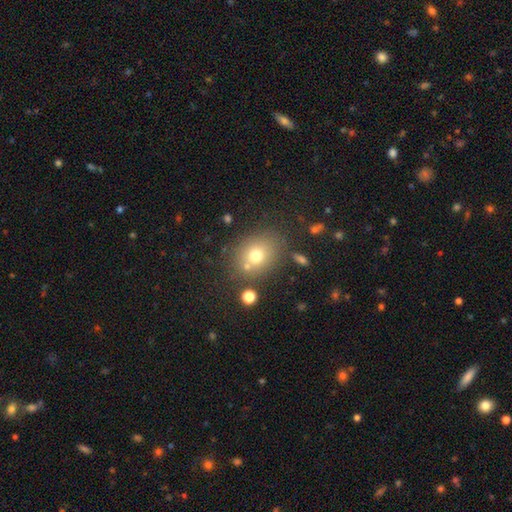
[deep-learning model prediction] Q: Smooth or featured?
A: smooth (71%); runner-up: featured or disk (15%)
Q: How rounded?
A: round (55%); runner-up: in between (44%)
Q: Merging?
A: none (72%); runner-up: minor disturbance (12%)